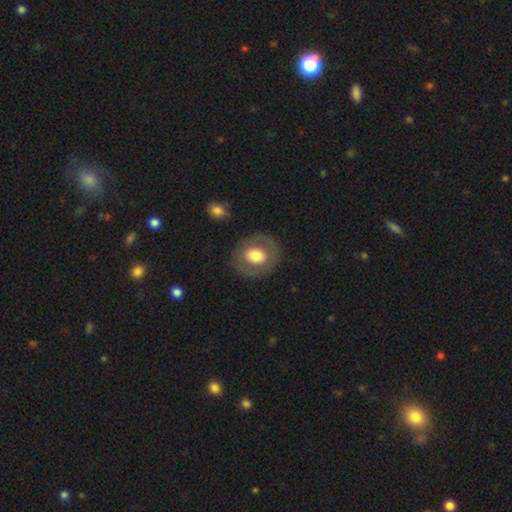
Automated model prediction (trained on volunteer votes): A smooth galaxy with no disk features (63%) that is round (73%).

Vote fractions:
- Smooth or featured? smooth: 63% / featured or disk: 30% / star or artifact: 7%
- How rounded? round: 73% / in between: 26% / cigar-shaped: 1%
- Merging? none: 84% / minor disturbance: 9% / major disturbance: 5% / merger: 1%